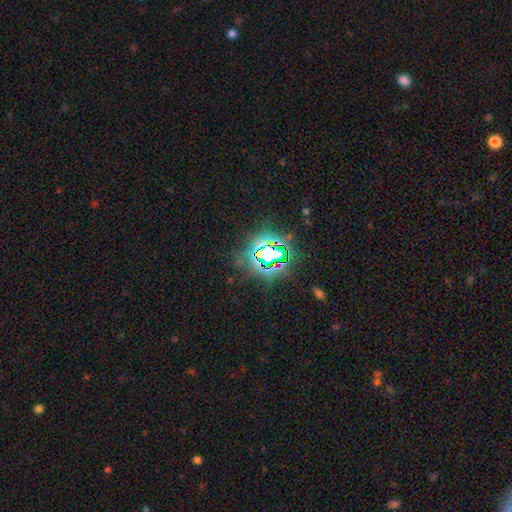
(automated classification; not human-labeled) Smooth or featured: star or artifact — 81% (smooth — 11%)